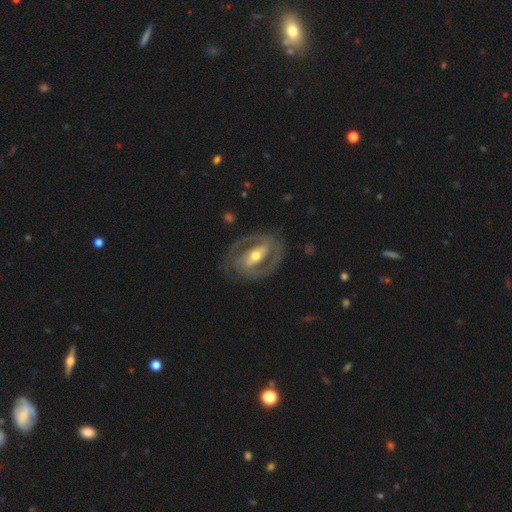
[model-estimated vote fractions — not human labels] Morphology: type=featured or disk (86%); edge-on=no (95%); bar=strong (60%); spiral arms=yes (83%); winding=tight (45%); arm count=2 (87%); bulge=moderate (69%); merging=none (79%).